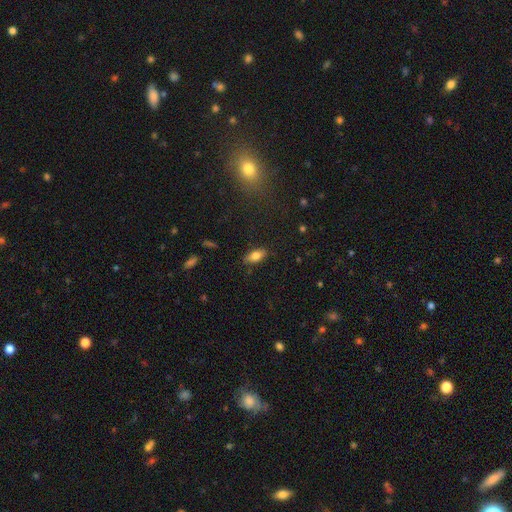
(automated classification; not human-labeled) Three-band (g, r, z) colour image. It shows a smooth galaxy with no disk features (74%) that is in between round and cigar-shaped (84%). Merging: none (85%).